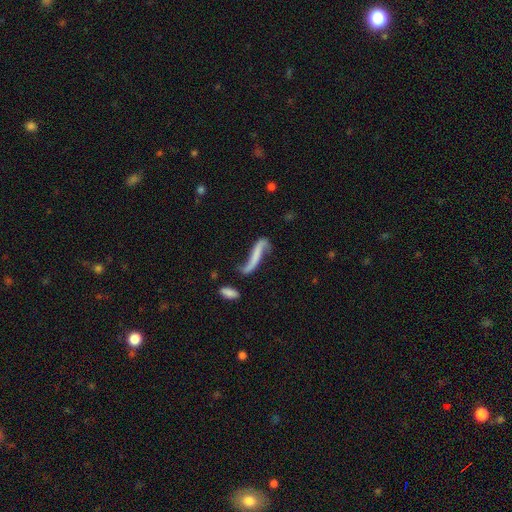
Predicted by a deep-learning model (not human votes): Q: Smooth or featured?
A: featured or disk (64%); runner-up: smooth (28%)
Q: Edge-on disk?
A: no (75%); runner-up: yes (25%)
Q: Merging?
A: none (45%); runner-up: minor disturbance (24%)